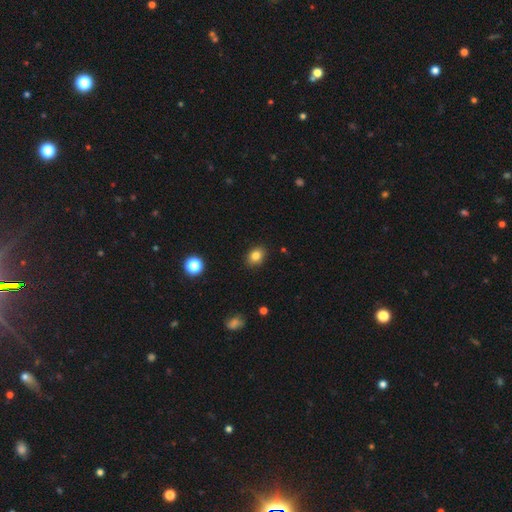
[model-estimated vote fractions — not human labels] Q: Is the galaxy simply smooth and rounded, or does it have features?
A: smooth — 82%.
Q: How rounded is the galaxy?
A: in between — 60%.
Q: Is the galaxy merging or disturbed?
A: none — 89%.